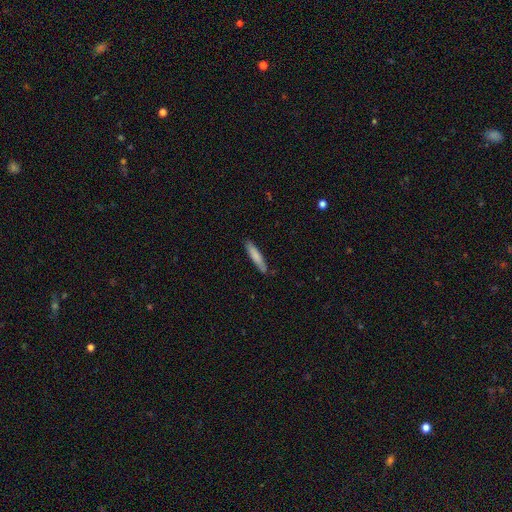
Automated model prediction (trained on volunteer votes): This appears to be a smooth galaxy with no disk features (79%) that is cigar-shaped (88%). Merging: none (86%).